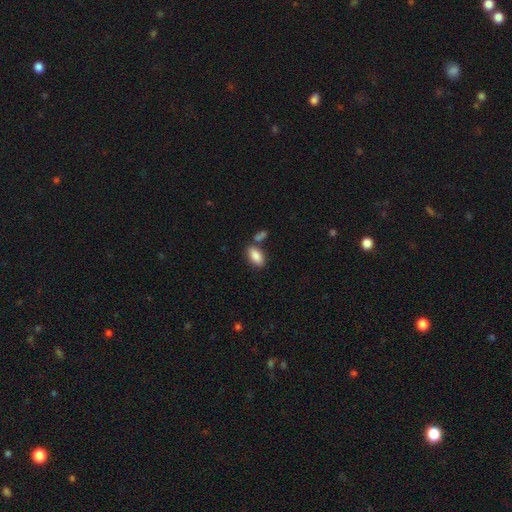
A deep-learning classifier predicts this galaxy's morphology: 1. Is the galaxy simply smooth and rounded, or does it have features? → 87% smooth, 7% star or artifact, 6% featured or disk.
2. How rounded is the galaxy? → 91% in between, 5% cigar-shaped, 3% round.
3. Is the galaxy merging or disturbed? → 69% none, 15% merger, 12% minor disturbance, 3% major disturbance.